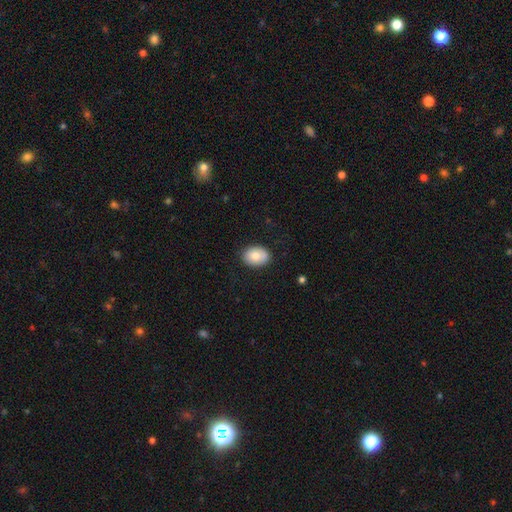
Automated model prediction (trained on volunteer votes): Smooth or featured?
  - smooth: 79% *
  - featured or disk: 14%
  - star or artifact: 7%
How rounded?
  - in between: 72% *
  - round: 27%
  - cigar-shaped: 1%
Merging?
  - none: 86% *
  - minor disturbance: 11%
  - major disturbance: 2%
  - merger: 1%